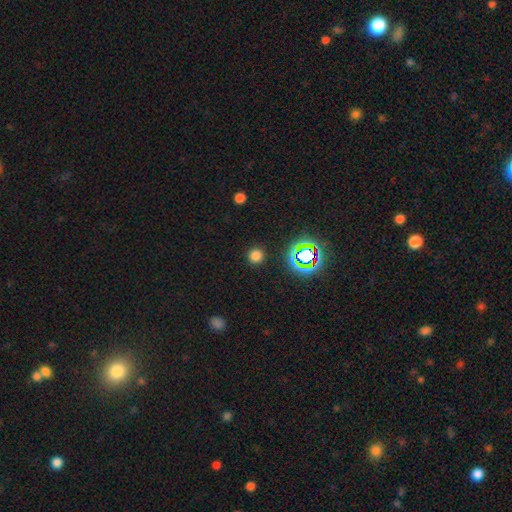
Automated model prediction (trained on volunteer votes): Smooth or featured: smooth — 74% (star or artifact — 21%)
How rounded: round — 94% (in between — 5%)
Merging: none — 90% (minor disturbance — 6%)